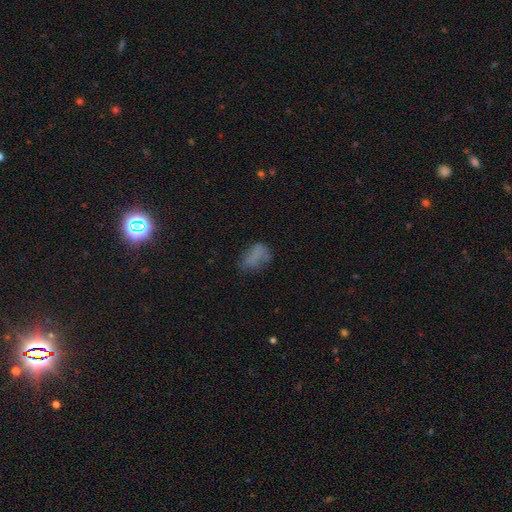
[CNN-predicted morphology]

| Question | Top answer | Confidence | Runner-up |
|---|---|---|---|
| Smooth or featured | smooth | 62% | featured or disk (23%) |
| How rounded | in between | 82% | round (15%) |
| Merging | none | 46% | minor disturbance (27%) |